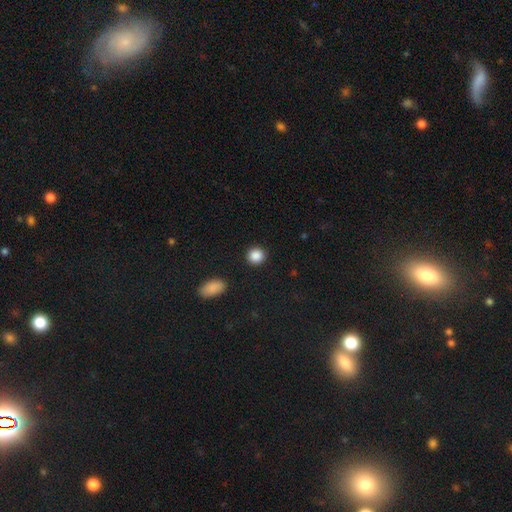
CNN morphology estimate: Q: Smooth or featured?
A: smooth (88%); runner-up: star or artifact (9%)
Q: How rounded?
A: round (88%); runner-up: in between (11%)
Q: Merging?
A: none (90%); runner-up: minor disturbance (6%)